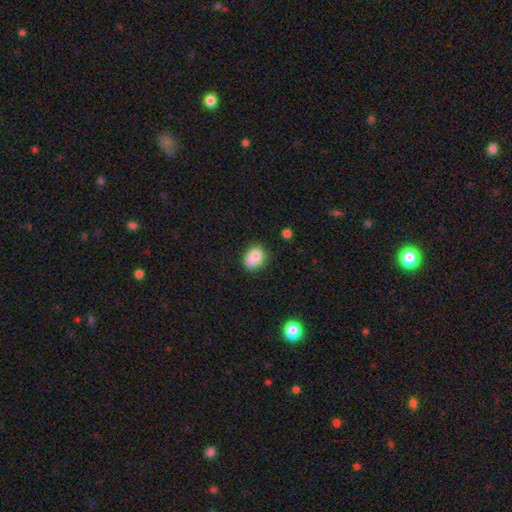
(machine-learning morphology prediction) type=smooth (74%); roundness=in between (50%); merging=none (42%).